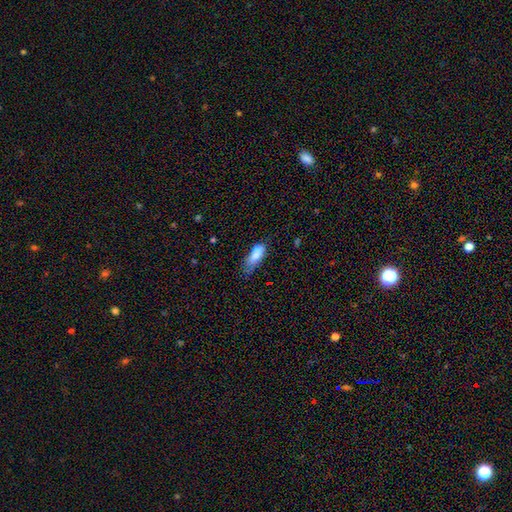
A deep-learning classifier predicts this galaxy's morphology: type=smooth (76%); roundness=in between (66%); merging=minor disturbance (33%, tied with none).